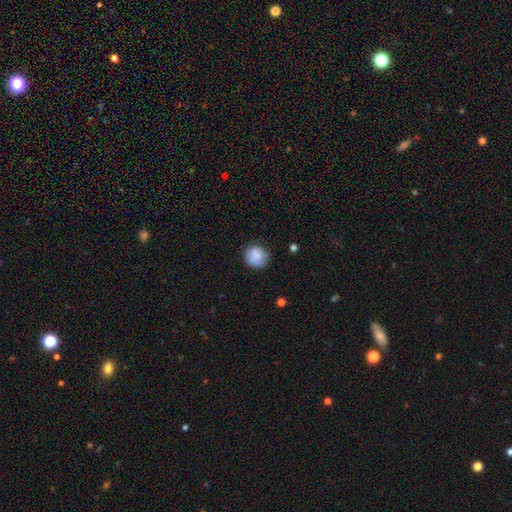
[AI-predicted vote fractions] Overall: smooth (84%). How rounded: round (89%). Merging: none (79%).